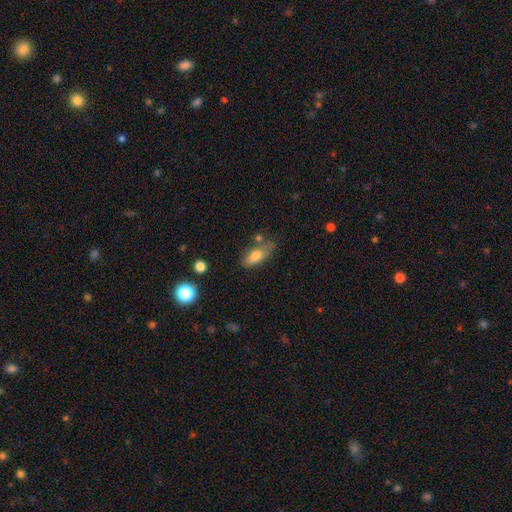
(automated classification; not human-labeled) A smooth galaxy with no disk features (75%) that is in between round and cigar-shaped (80%). Merging: none (58%).